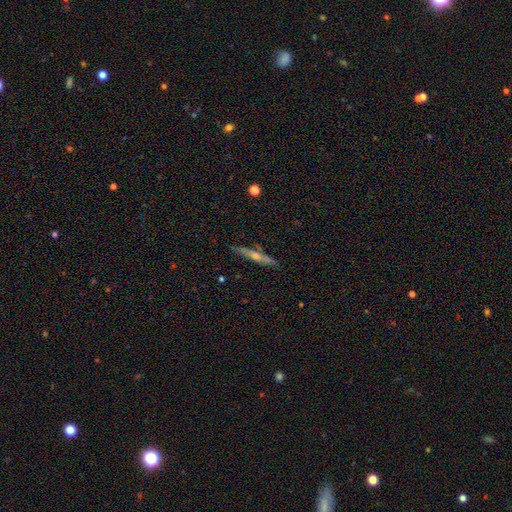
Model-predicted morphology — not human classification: This is likely a featured or disk galaxy (67%). It is clearly viewed edge-on (95%). Edge-on bulge: likely rounded (77%). Merging: clearly none (86%).